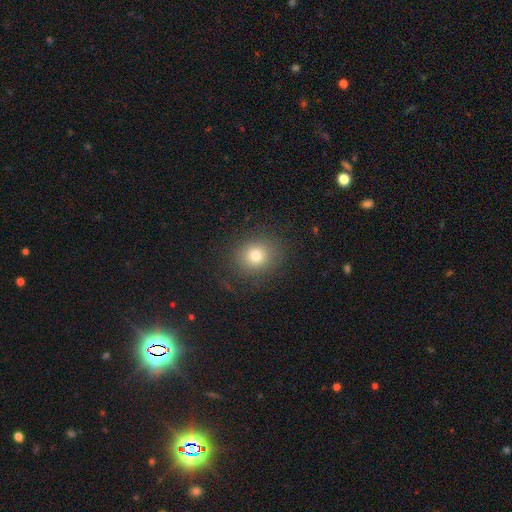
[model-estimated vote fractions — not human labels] This is likely a smooth galaxy (75%). How rounded: likely round (79%). Merging: clearly none (85%).